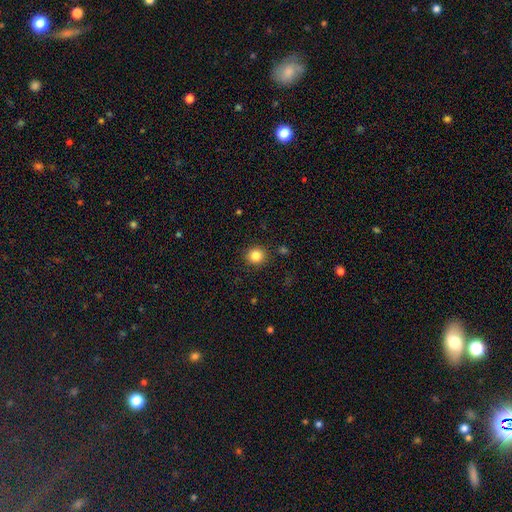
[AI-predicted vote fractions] smooth 84%, star or artifact 11%, featured or disk 5%. Down the decision tree: how rounded — round (90%); merging — none (90%).